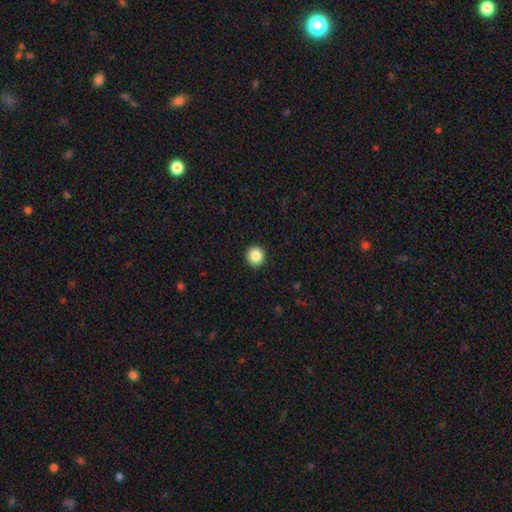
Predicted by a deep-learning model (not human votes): smooth 86%, star or artifact 10%, featured or disk 4%. Down the decision tree: how rounded — round (93%); merging — none (93%).